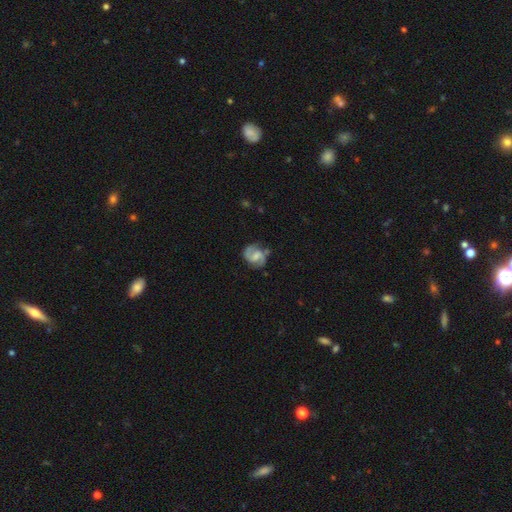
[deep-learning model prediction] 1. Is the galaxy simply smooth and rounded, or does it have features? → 78% featured or disk, 16% smooth, 6% star or artifact.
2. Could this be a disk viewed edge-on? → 98% no, 2% yes.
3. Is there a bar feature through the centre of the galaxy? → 53% weak, 31% no, 17% strong.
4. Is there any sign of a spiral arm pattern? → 95% yes, 5% no.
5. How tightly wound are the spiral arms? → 53% medium, 26% loose, 21% tight.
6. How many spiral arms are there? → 88% 2, 5% can't tell, 3% 1, 2% 3, 1% 4, 1% more than 4.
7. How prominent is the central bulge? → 37% small, 34% moderate, 22% none, 5% large, 1% dominant.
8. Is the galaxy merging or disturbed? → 69% none, 20% minor disturbance, 8% major disturbance, 4% merger.